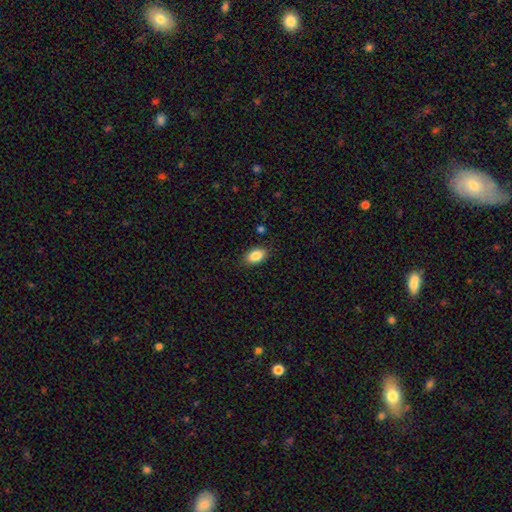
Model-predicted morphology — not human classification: Overall: smooth (88%). How rounded: in between (91%). Merging: none (87%).